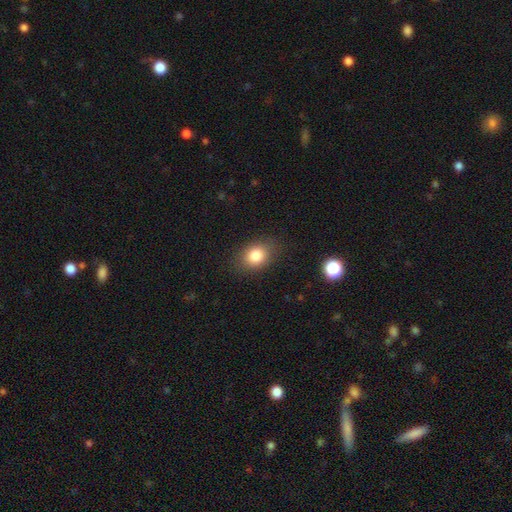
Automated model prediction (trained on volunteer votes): Morphology: type=smooth (82%); roundness=in between (60%); merging=none (83%).